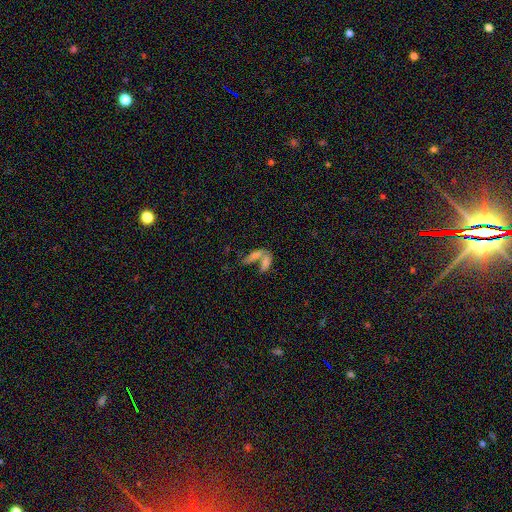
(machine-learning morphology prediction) type=smooth (65%); roundness=in between (60%); merging=merger (64%).